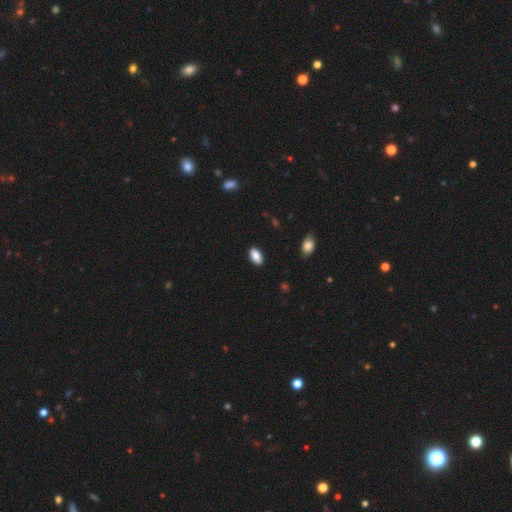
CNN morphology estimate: Q: Smooth or featured?
A: smooth (86%); runner-up: star or artifact (7%)
Q: How rounded?
A: in between (93%); runner-up: round (4%)
Q: Merging?
A: none (88%); runner-up: minor disturbance (9%)